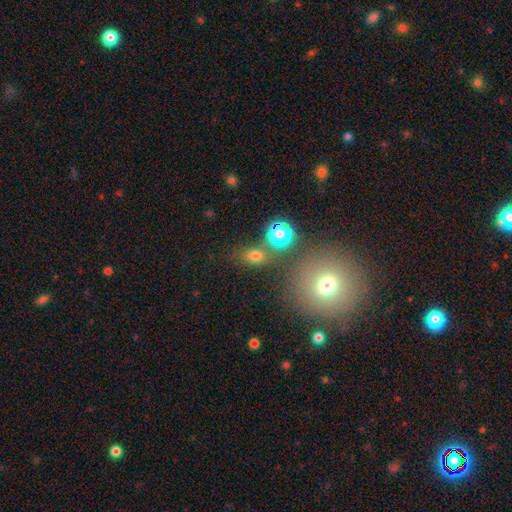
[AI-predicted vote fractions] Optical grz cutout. It shows a smooth galaxy with no disk features (67%) that is in between round and cigar-shaped (56%). Merging: none (68%).